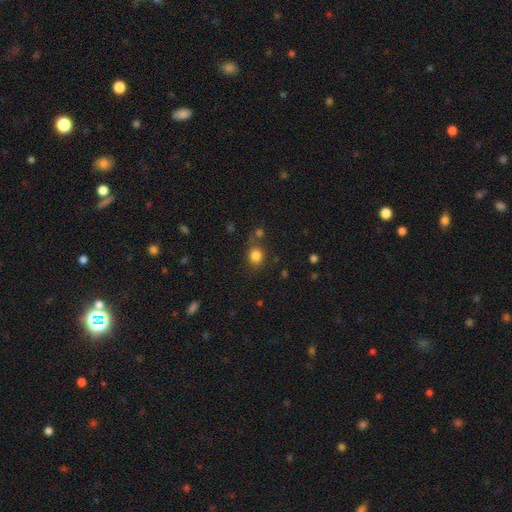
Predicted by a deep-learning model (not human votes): A smooth galaxy with no disk features (83%) that is round (69%). Merging: none (72%).